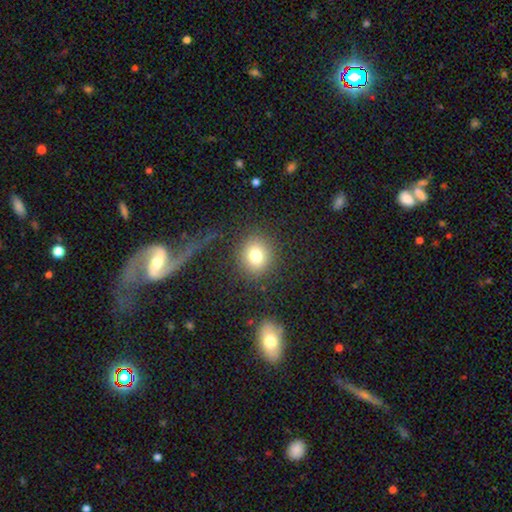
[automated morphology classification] A smooth galaxy with no disk features (77%) that is round (83%).

Vote fractions:
- Smooth or featured? smooth: 77% / star or artifact: 13% / featured or disk: 10%
- How rounded? round: 83% / in between: 16% / cigar-shaped: 1%
- Merging? none: 86% / minor disturbance: 8% / major disturbance: 4% / merger: 2%